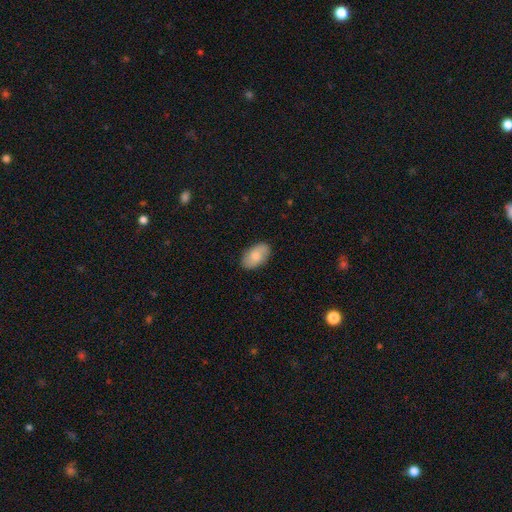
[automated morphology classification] smooth_or_featured: smooth (p=0.65) [alt: featured or disk p=0.29]
how_rounded: in between (p=0.93) [alt: round p=0.05]
merging: none (p=0.85) [alt: minor disturbance p=0.12]